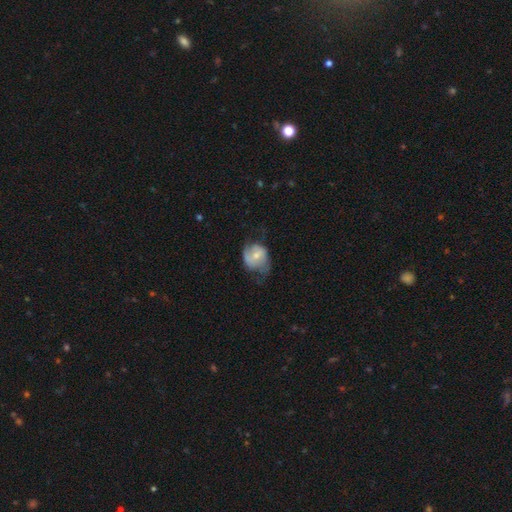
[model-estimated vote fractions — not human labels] A featured or disk galaxy (53%) with no bar (50%), spiral arms (71%) and a small central bulge (47%). Merging: none (44%).